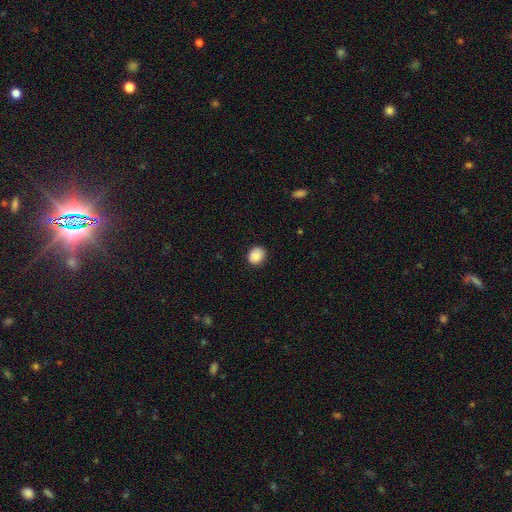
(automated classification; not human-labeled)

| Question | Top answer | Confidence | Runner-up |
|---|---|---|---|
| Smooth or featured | smooth | 88% | star or artifact (8%) |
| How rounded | round | 64% | in between (36%) |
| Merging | none | 86% | minor disturbance (10%) |